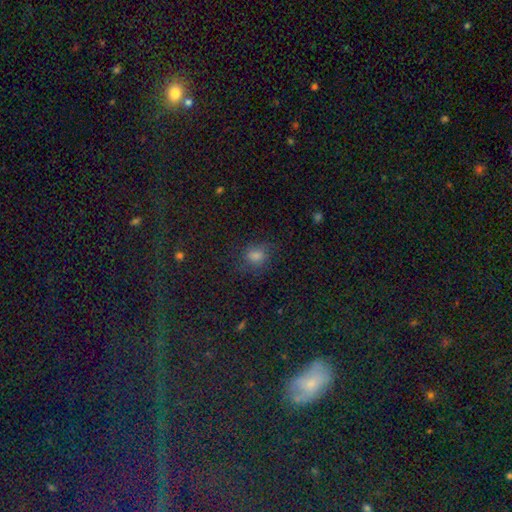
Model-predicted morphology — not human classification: Smooth or featured: smooth — 57% (star or artifact — 31%)
How rounded: round — 60% (in between — 38%)
Merging: none — 71% (minor disturbance — 17%)